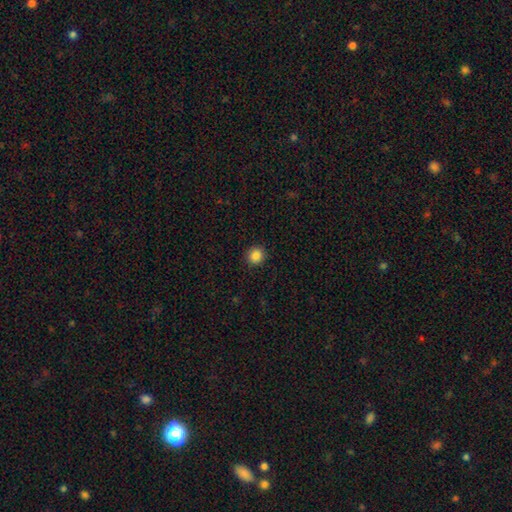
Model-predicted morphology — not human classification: Overall: smooth (87%). How rounded: round (87%). Merging: none (91%).